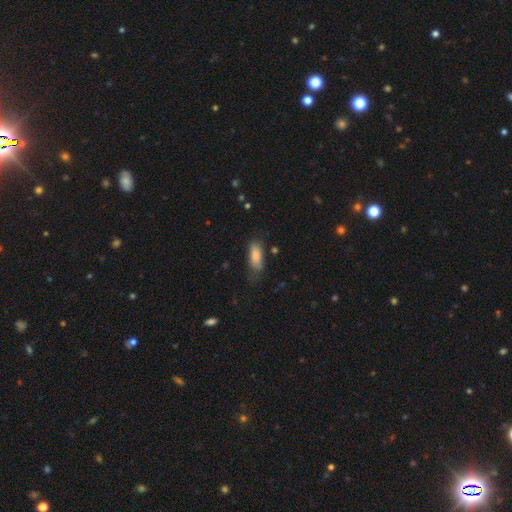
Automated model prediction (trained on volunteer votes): This is clearly a smooth galaxy (83%). How rounded: likely in between (77%). Merging: possibly none (58%).